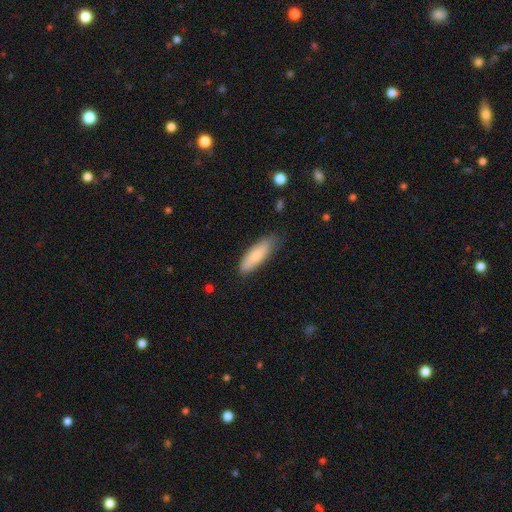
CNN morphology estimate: smooth 80%, featured or disk 14%, star or artifact 6%. Down the decision tree: how rounded — in between (57%); merging — none (71%).